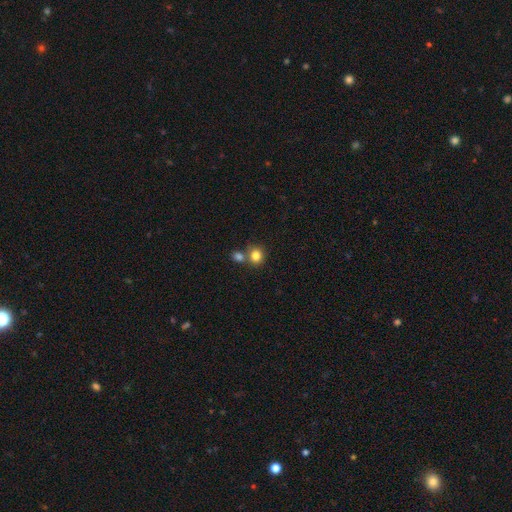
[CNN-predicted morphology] smooth-or-featured: smooth: 82% | star or artifact: 11% | featured or disk: 7%
  how-rounded: round: 84% | in between: 15% | cigar-shaped: 1%
  merging: none: 60% | merger: 29% | minor disturbance: 8% | major disturbance: 3%